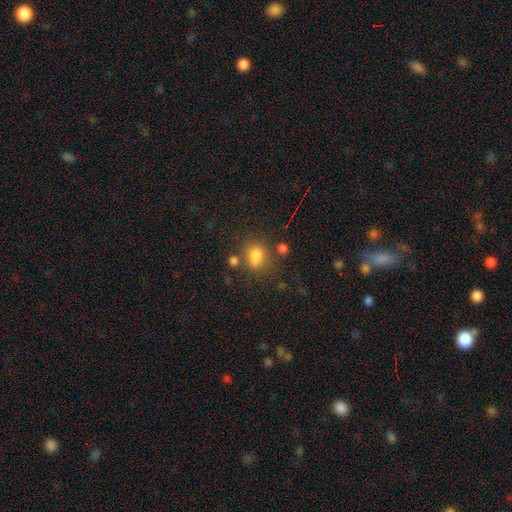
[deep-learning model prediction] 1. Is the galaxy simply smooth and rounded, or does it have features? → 78% smooth, 14% star or artifact, 8% featured or disk.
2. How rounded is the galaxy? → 53% in between, 45% round, 2% cigar-shaped.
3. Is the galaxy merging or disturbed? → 60% none, 18% minor disturbance, 14% merger, 8% major disturbance.